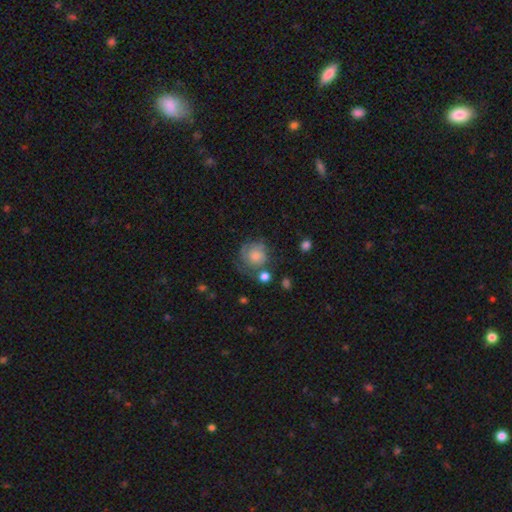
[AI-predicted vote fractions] Smooth or featured: smooth — 53% (featured or disk — 39%)
How rounded: round — 87% (in between — 12%)
Merging: none — 53% (minor disturbance — 23%)